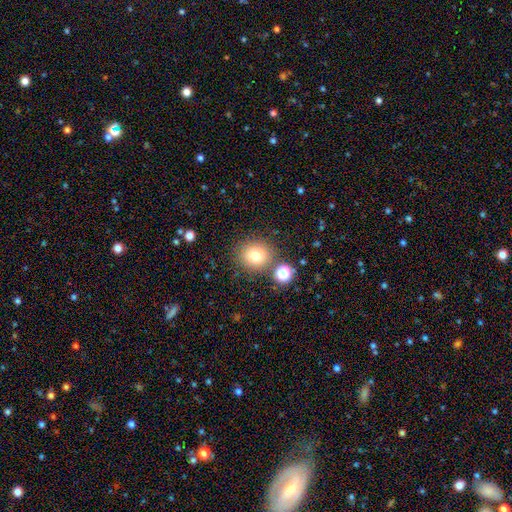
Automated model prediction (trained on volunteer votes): smooth-or-featured: smooth: 77% | star or artifact: 14% | featured or disk: 9%
  how-rounded: round: 87% | in between: 13% | cigar-shaped: 1%
  merging: none: 79% | merger: 9% | minor disturbance: 9% | major disturbance: 3%